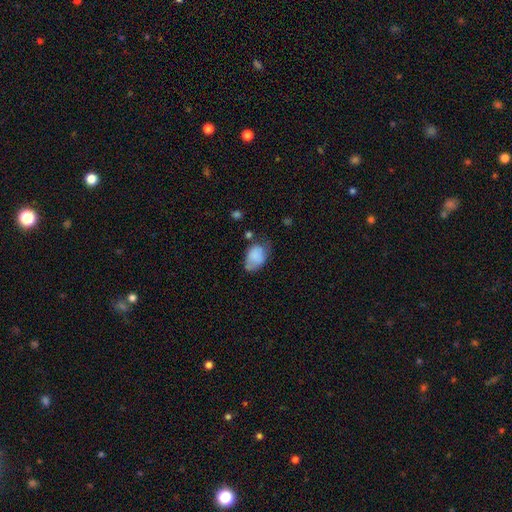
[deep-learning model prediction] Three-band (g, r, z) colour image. It shows a smooth galaxy with no disk features (81%) that is in between round and cigar-shaped (82%). Merging: none (43%).